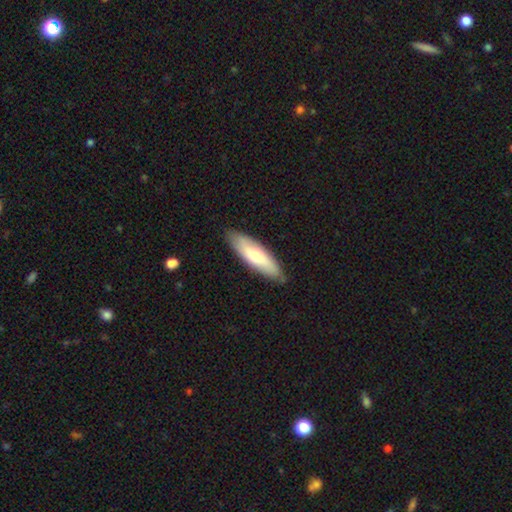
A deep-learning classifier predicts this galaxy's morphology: smooth 65%, featured or disk 30%, star or artifact 5%. Down the decision tree: how rounded — cigar-shaped (53%); merging — none (84%).